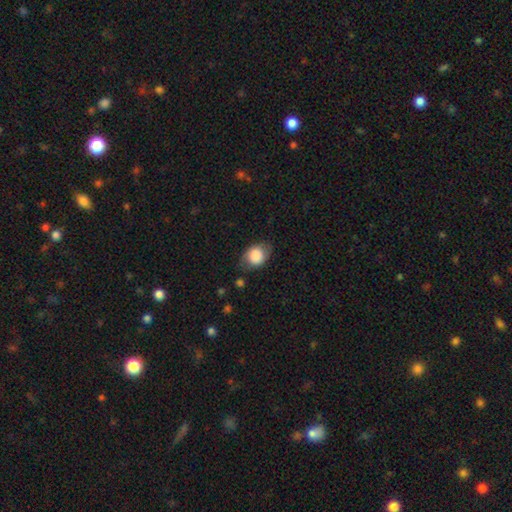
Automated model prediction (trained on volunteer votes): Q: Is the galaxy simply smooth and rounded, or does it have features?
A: smooth — 80%.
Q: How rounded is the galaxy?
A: in between — 64%.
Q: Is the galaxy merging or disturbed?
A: none — 68%.